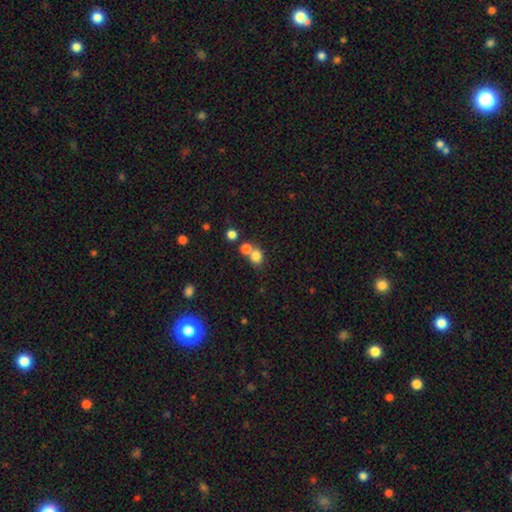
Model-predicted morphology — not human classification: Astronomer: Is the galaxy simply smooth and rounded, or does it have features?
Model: smooth — 79%.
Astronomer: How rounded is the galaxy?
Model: round — 69%.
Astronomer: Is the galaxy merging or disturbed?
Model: none — 47% (runner-up: merger, 41%).